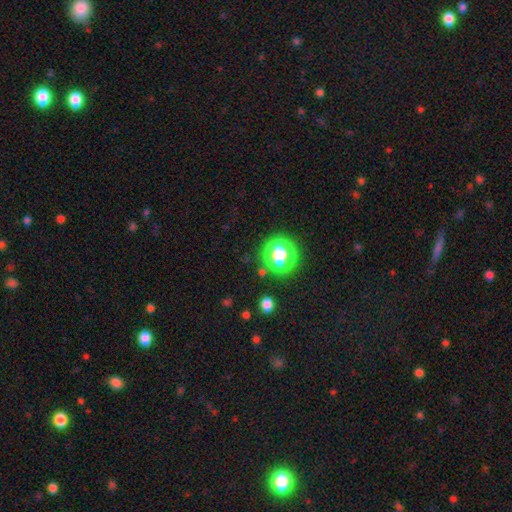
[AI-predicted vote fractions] Smooth or featured? Predicted: star or artifact (p=0.69).